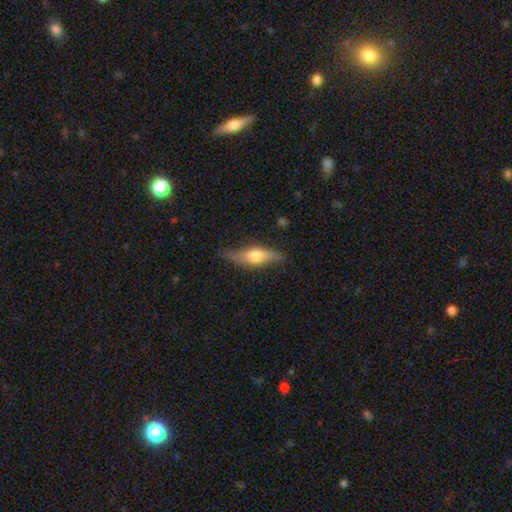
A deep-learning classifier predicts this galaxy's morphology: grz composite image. It shows a featured or disk galaxy (50%) viewed edge-on (85%). Merging: none (75%).